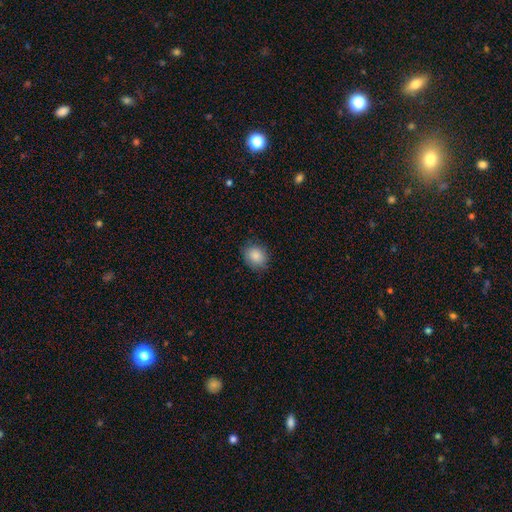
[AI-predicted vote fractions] A smooth galaxy with no disk features (86%) that is round (61%). Merging: none (82%).